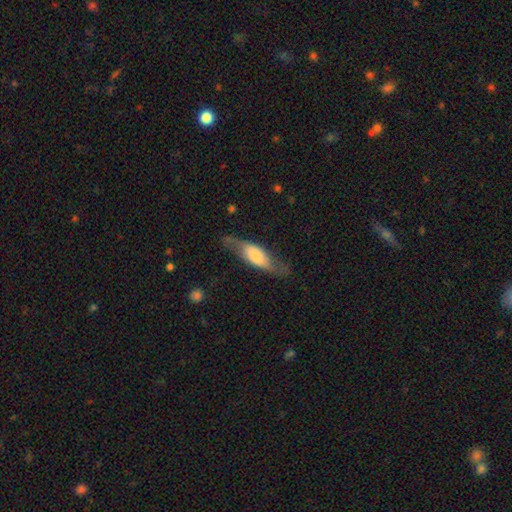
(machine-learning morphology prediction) type=featured or disk (48%); merging=none (68%).